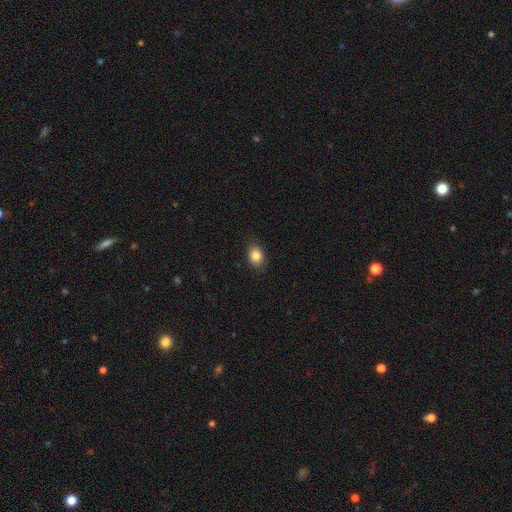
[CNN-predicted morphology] Q: Smooth or featured?
A: smooth (85%); runner-up: star or artifact (9%)
Q: How rounded?
A: in between (69%); runner-up: round (30%)
Q: Merging?
A: none (86%); runner-up: minor disturbance (10%)